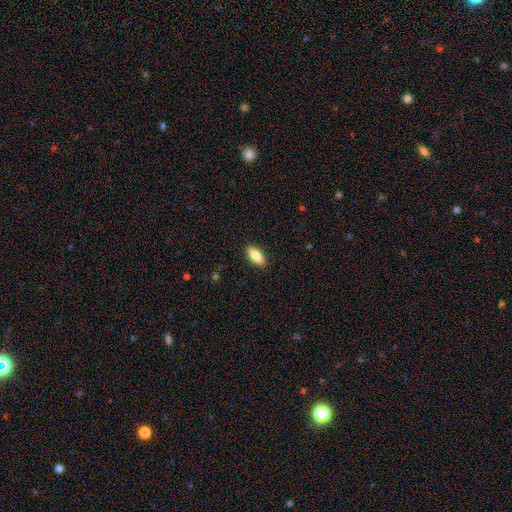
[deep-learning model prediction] The model was most divided on "smooth or featured": smooth: 79%, featured or disk: 14%, star or artifact: 7%. More confident: merging — none (90%); how rounded — in between (83%).